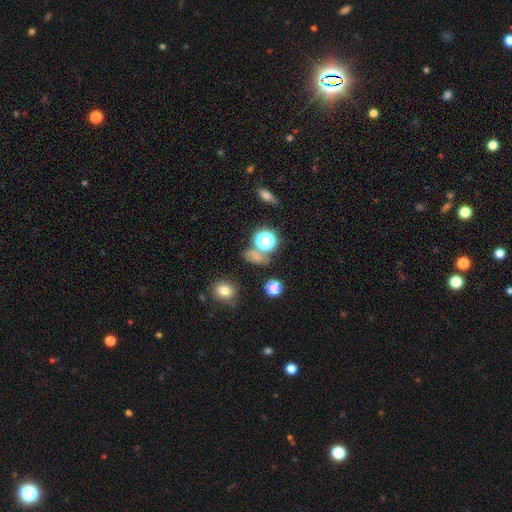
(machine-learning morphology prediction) A smooth galaxy with no disk features (56%) that is round (57%).

Vote fractions:
- Smooth or featured? smooth: 56% / star or artifact: 34% / featured or disk: 10%
- How rounded? round: 57% / in between: 39% / cigar-shaped: 4%
- Merging? none: 61% / merger: 16% / minor disturbance: 14% / major disturbance: 9%